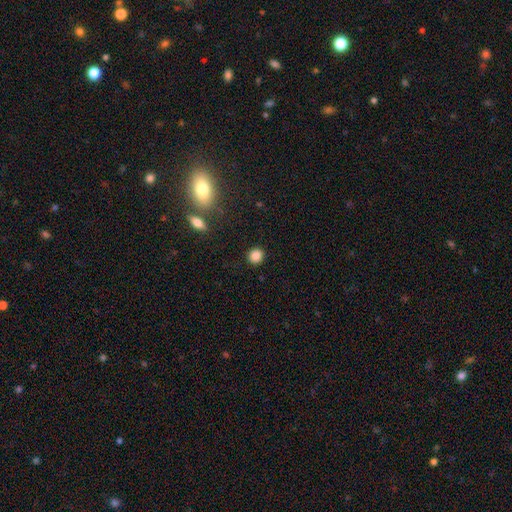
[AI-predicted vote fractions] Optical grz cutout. It shows a smooth galaxy with no disk features (86%) that is round (83%). Merging: none (90%).